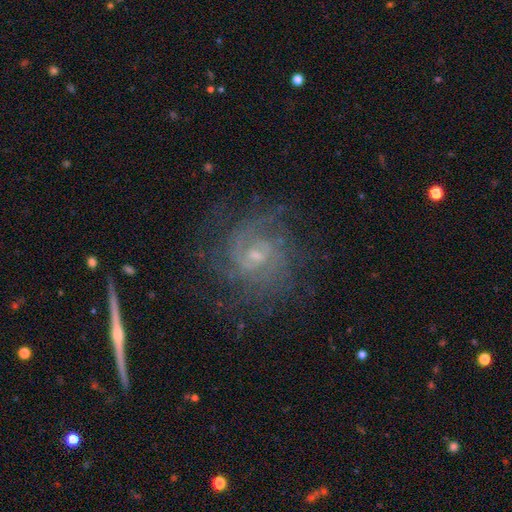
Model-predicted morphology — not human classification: Smooth or featured: featured or disk — 84% (smooth — 8%)
Edge-on disk: no — 98% (yes — 2%)
Bar: weak — 52% (no — 39%)
Spiral arms: yes — 94% (no — 6%)
Spiral winding: tight — 57% (medium — 35%)
Spiral arm count: can't tell — 35% (2 — 29%)
Bulge size: small — 65% (moderate — 28%)
Merging: none — 72% (minor disturbance — 16%)